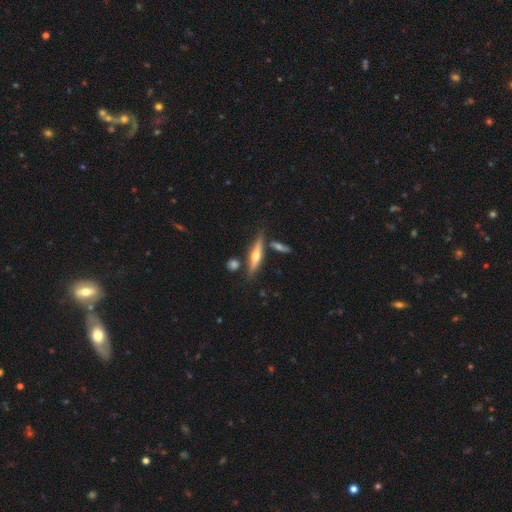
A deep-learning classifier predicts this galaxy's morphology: The model was most divided on "smooth or featured": featured or disk: 63%, smooth: 31%, star or artifact: 7%. More confident: edge-on disk — yes (95%); edge-on bulge — rounded (91%); merging — none (77%).